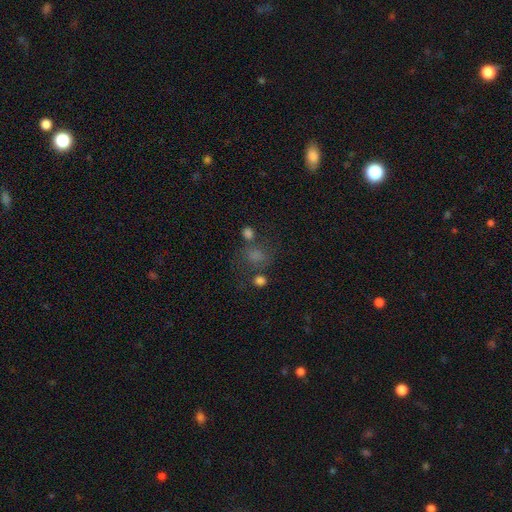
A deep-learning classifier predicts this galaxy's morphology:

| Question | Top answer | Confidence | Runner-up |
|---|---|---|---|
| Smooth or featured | smooth | 52% | star or artifact (33%) |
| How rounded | round | 65% | in between (33%) |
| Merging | none | 57% | minor disturbance (16%) |